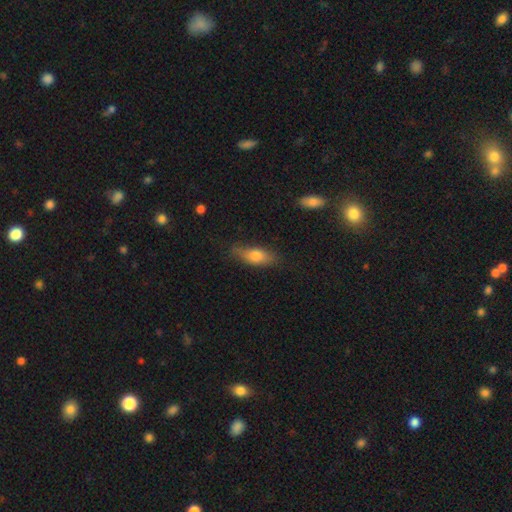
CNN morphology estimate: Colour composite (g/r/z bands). It shows a smooth galaxy with no disk features (72%) that is in between round and cigar-shaped (72%). Merging: none (74%).